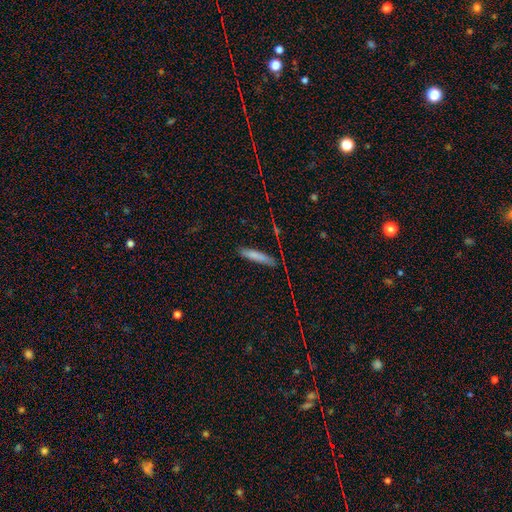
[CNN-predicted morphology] smooth 73%, featured or disk 17%, star or artifact 10%. Down the decision tree: how rounded — cigar-shaped (86%); merging — none (74%).